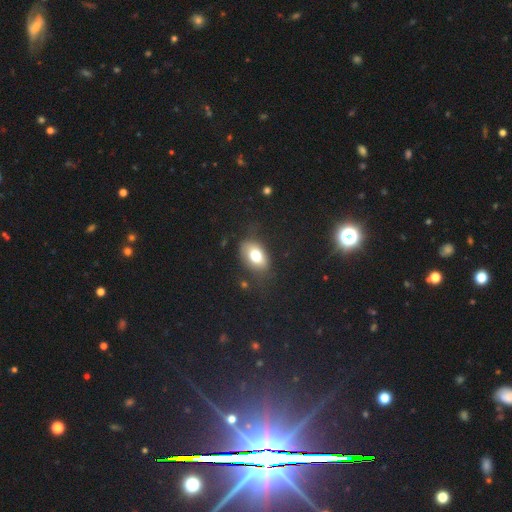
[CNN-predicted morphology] This appears to be a smooth galaxy with no disk features (74%) that is in between round and cigar-shaped (86%). Merging: none (70%).